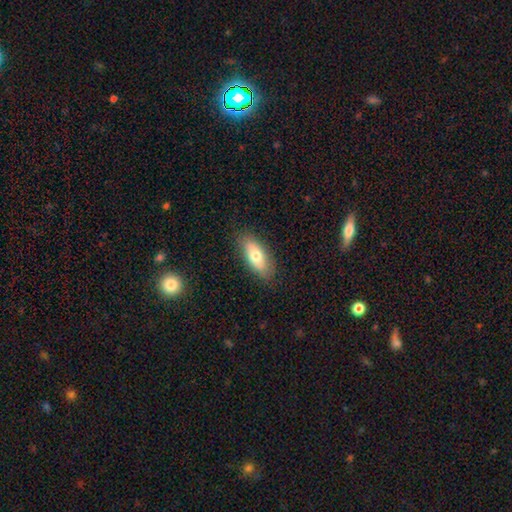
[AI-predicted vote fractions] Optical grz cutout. It shows a smooth galaxy with no disk features (70%) that is in between round and cigar-shaped (82%). Merging: none (86%).